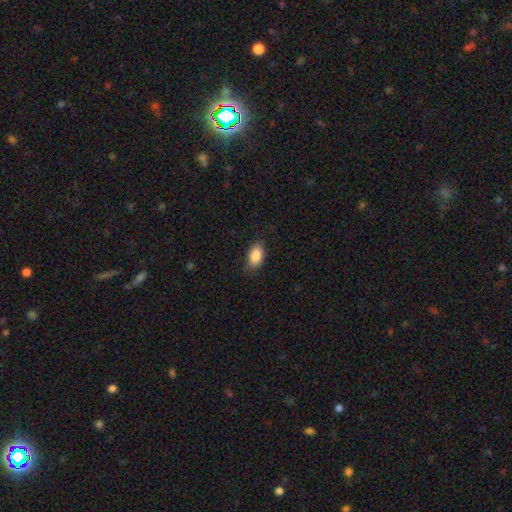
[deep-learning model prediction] This is clearly a smooth galaxy (88%). How rounded: clearly in between (91%). Merging: clearly none (81%).